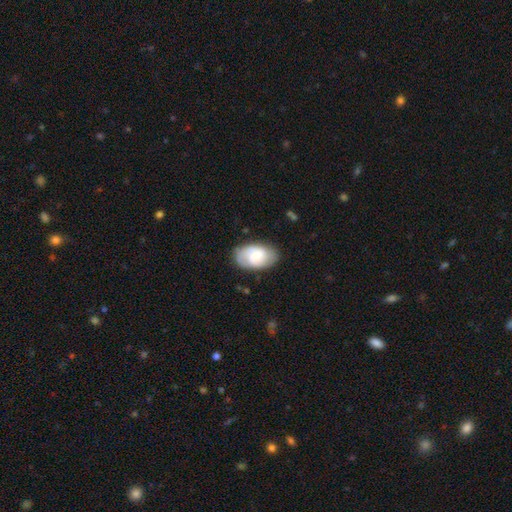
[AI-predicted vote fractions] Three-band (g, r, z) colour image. It shows a featured or disk galaxy (50%). Merging: none (76%).